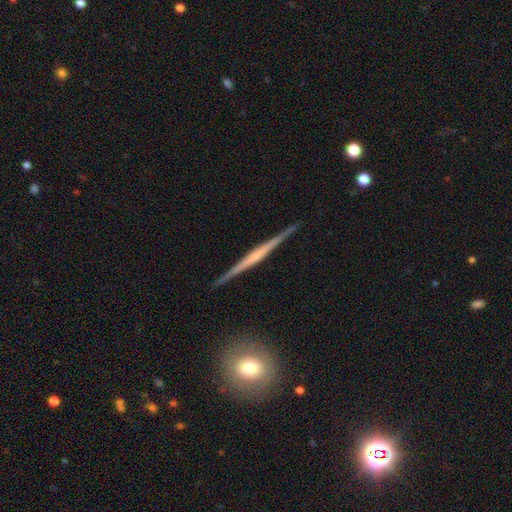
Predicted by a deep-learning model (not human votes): A featured or disk galaxy (74%) viewed edge-on (98%) with no central bulge (56%).

Vote fractions:
- Smooth or featured? featured or disk: 74% / smooth: 21% / star or artifact: 5%
- Edge-on disk? yes: 98% / no: 2%
- Edge-on bulge? none: 56% / rounded: 29% / boxy: 15%
- Merging? none: 91% / minor disturbance: 6% / major disturbance: 1% / merger: 1%